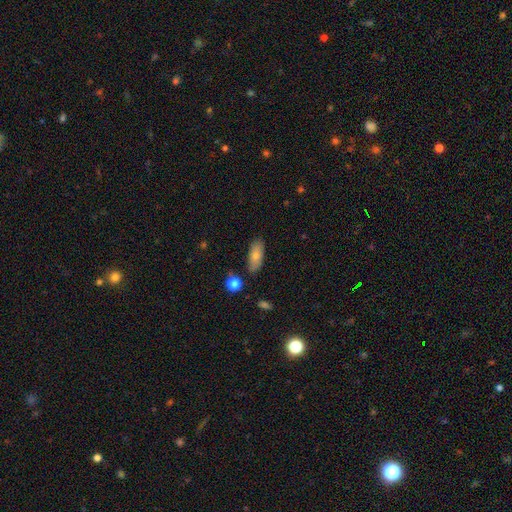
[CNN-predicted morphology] This appears to be a smooth galaxy with no disk features (75%) that is in between round and cigar-shaped (81%). Merging: none (80%).